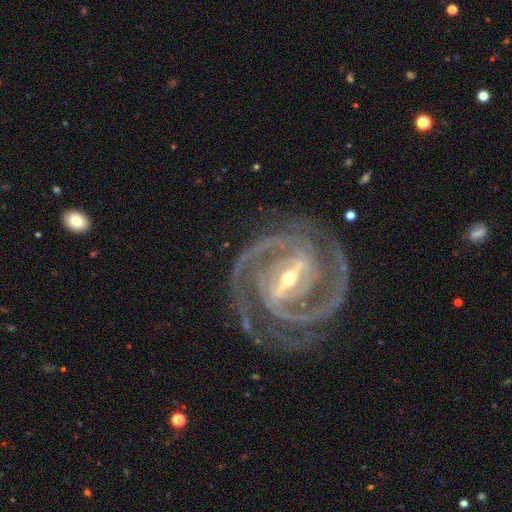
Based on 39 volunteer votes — A featured or disk galaxy (92%) with a strong bar (91%), 2 (85%) tight (82%) spiral arms (100%) and a small central bulge (62%). Merging: none (84%).